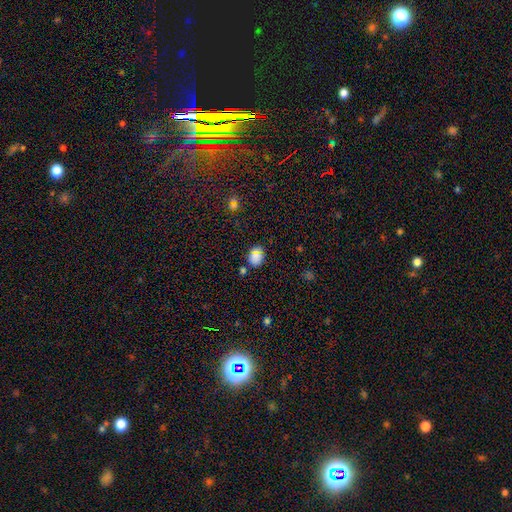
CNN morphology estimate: Q: Smooth or featured?
A: smooth (71%); runner-up: star or artifact (23%)
Q: How rounded?
A: round (62%); runner-up: in between (37%)
Q: Merging?
A: none (82%); runner-up: minor disturbance (11%)